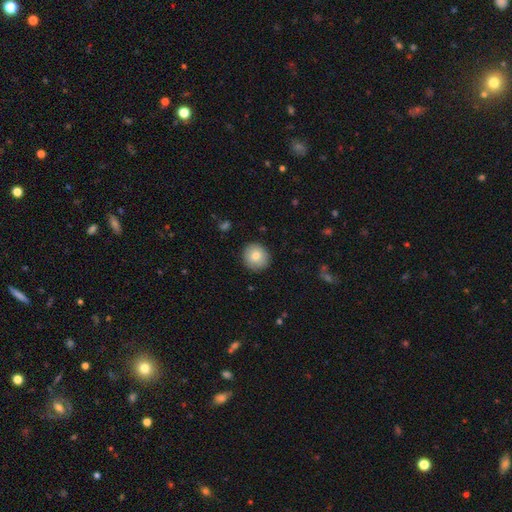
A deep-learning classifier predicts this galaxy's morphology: Smooth or featured? Predicted: smooth (p=0.80). How rounded? Predicted: round (p=0.91). Merging? Predicted: none (p=0.89).